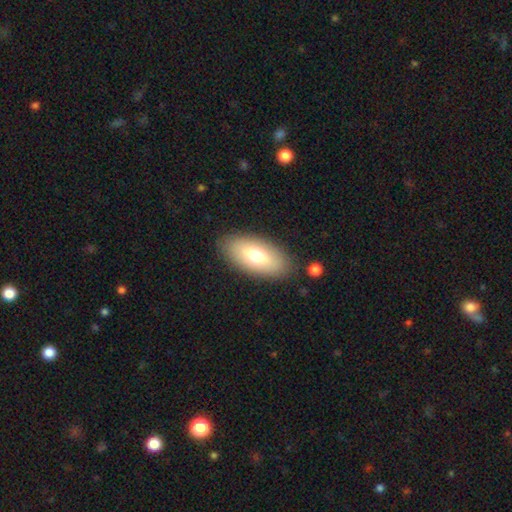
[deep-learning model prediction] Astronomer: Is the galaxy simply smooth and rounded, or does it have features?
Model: smooth — 71%.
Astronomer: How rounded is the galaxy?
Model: in between — 91%.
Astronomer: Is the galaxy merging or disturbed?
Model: none — 85%.